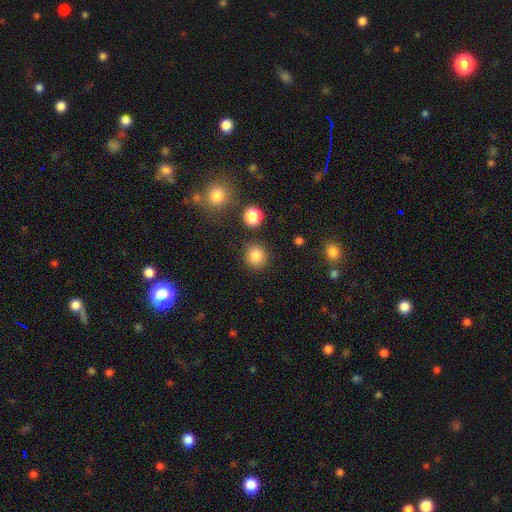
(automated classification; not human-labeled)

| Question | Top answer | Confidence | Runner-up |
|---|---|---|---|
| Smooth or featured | smooth | 84% | star or artifact (11%) |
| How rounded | round | 88% | in between (11%) |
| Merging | none | 86% | minor disturbance (8%) |